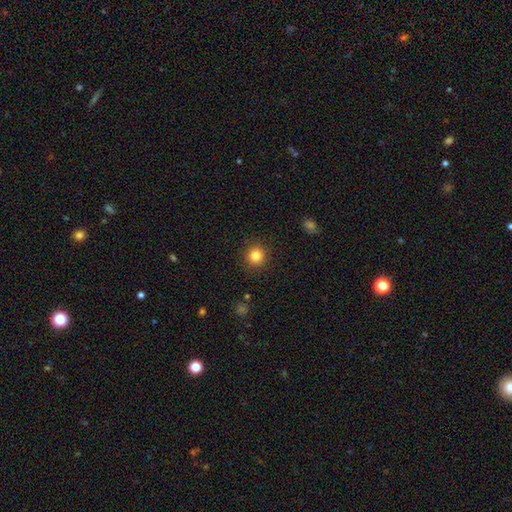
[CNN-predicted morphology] The model was most divided on "smooth or featured": smooth: 84%, star or artifact: 11%, featured or disk: 5%. More confident: how rounded — round (93%); merging — none (90%).